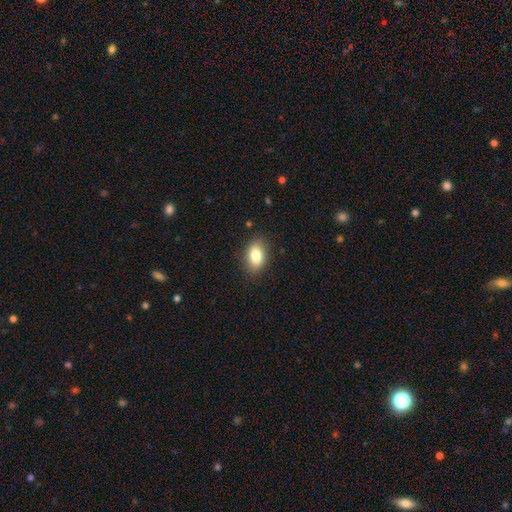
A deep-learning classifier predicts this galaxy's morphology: This appears to be a smooth galaxy with no disk features (82%) that is in between round and cigar-shaped (88%). Merging: none (86%).